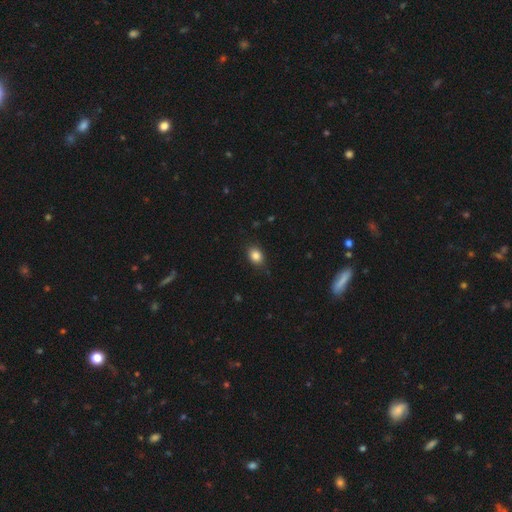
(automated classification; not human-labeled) This is clearly a smooth galaxy (84%). How rounded: possibly in between (57%). Merging: clearly none (83%).